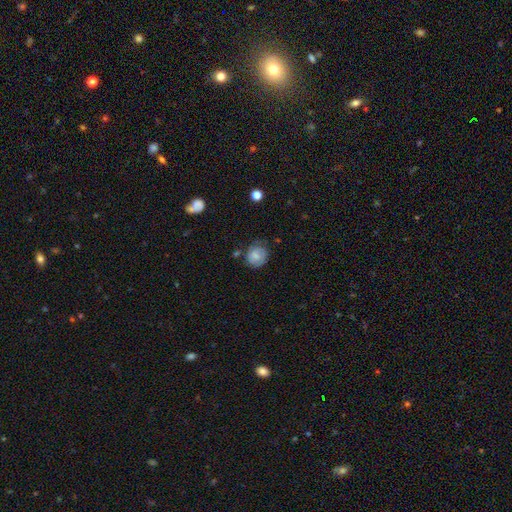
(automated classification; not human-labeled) smooth-or-featured: smooth: 67% | featured or disk: 24% | star or artifact: 9%
  how-rounded: round: 76% | in between: 23% | cigar-shaped: 1%
  merging: none: 63% | minor disturbance: 25% | major disturbance: 7% | merger: 5%